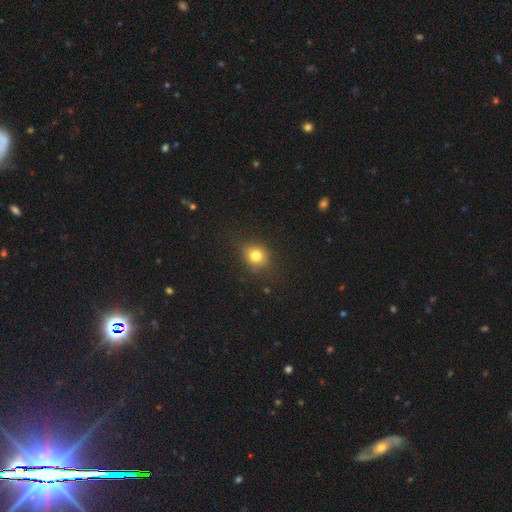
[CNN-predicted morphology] Q: Smooth or featured?
A: smooth (79%); runner-up: star or artifact (13%)
Q: How rounded?
A: round (72%); runner-up: in between (26%)
Q: Merging?
A: none (77%); runner-up: minor disturbance (16%)